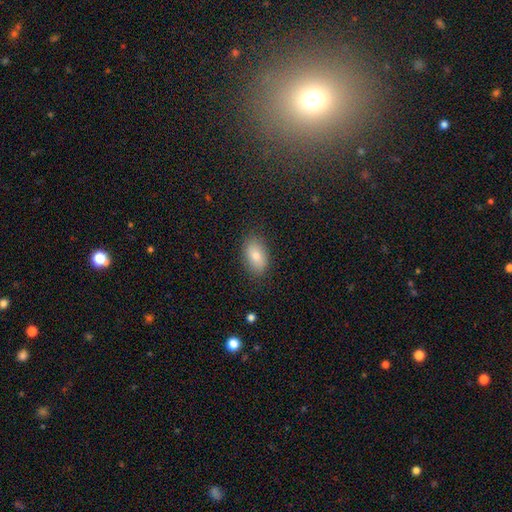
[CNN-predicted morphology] Smooth or featured? smooth (79%)
How rounded? in between (91%)
Merging? none (85%)